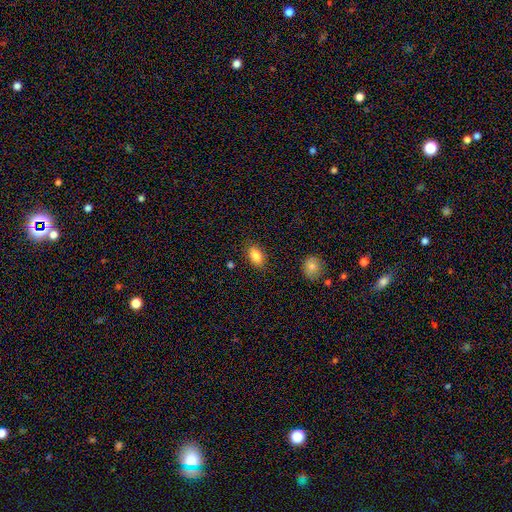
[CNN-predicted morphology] Smooth or featured? Predicted: smooth (p=0.85). How rounded? Predicted: in between (p=0.89). Merging? Predicted: none (p=0.84).